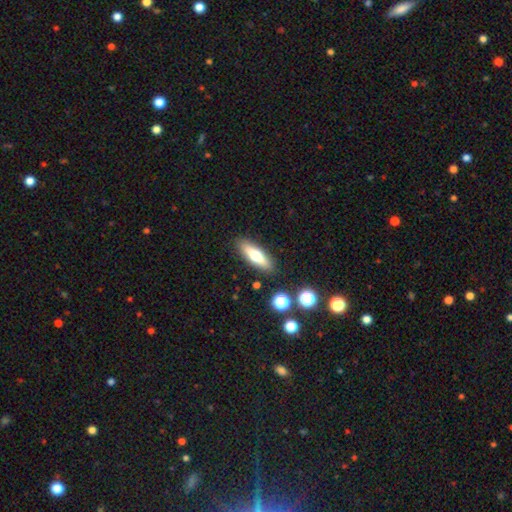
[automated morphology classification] Smooth or featured?
  - smooth: 59% *
  - featured or disk: 34%
  - star or artifact: 7%
How rounded?
  - cigar-shaped: 53% *
  - in between: 45%
  - round: 3%
Merging?
  - none: 88% *
  - minor disturbance: 8%
  - merger: 2%
  - major disturbance: 2%